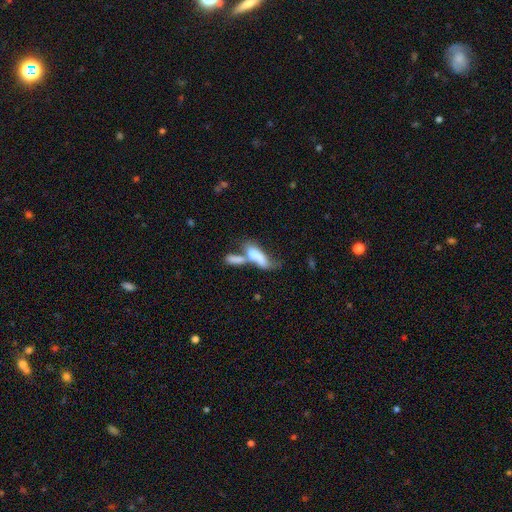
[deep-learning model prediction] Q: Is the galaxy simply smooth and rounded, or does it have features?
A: smooth — 60%.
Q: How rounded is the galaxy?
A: in between — 67%.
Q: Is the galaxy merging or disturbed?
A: merger — 66%.